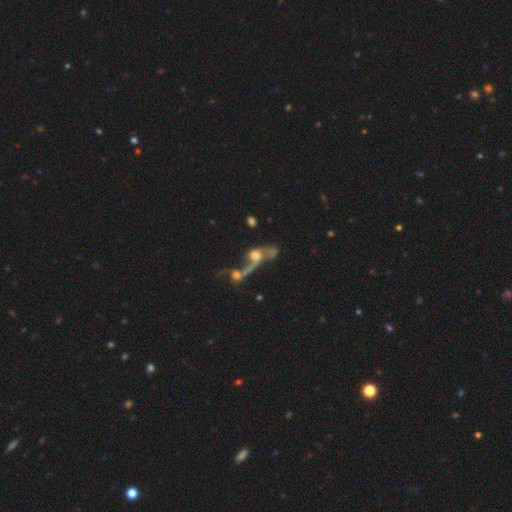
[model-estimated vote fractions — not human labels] Smooth or featured? featured or disk (57%)
Edge-on disk? no (87%)
Merging? merger (64%)